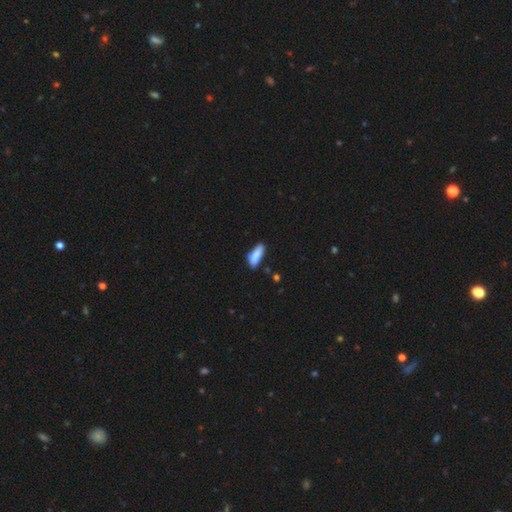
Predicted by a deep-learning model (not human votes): Smooth or featured?
  - smooth: 86% *
  - featured or disk: 8%
  - star or artifact: 7%
How rounded?
  - in between: 50% *
  - cigar-shaped: 48%
  - round: 2%
Merging?
  - none: 69% *
  - minor disturbance: 22%
  - merger: 4%
  - major disturbance: 4%